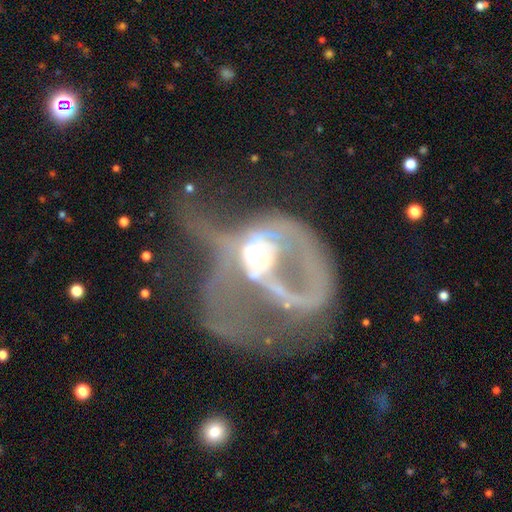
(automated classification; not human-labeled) Smooth or featured: featured or disk — 75% (smooth — 15%)
Edge-on disk: no — 93% (yes — 7%)
Bar: no — 62% (weak — 23%)
Spiral arms: no — 53% (yes — 47%)
Bulge size: moderate — 62% (large — 19%)
Merging: major disturbance — 62% (merger — 22%)